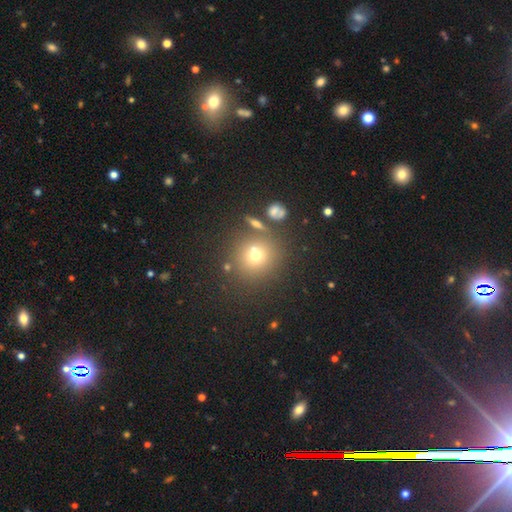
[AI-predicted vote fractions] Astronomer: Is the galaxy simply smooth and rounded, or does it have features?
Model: smooth — 68%.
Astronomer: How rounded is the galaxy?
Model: round — 90%.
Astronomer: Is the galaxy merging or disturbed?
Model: none — 73%.